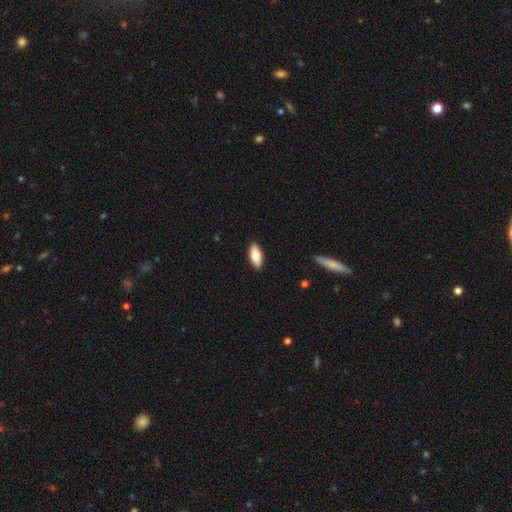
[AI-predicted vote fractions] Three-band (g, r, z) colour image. It shows a smooth galaxy with no disk features (74%) that is in between round and cigar-shaped (82%). Merging: none (90%).